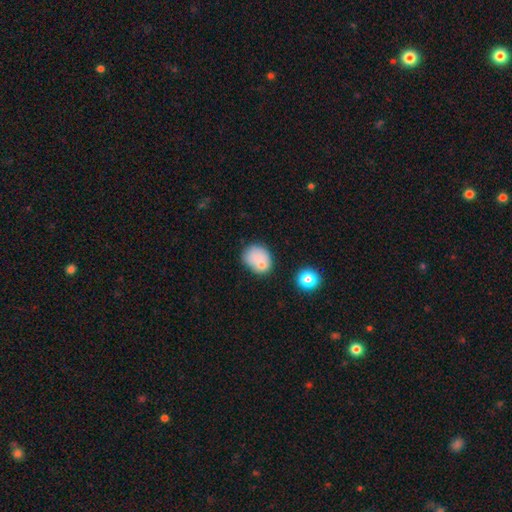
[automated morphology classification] smooth 77%, featured or disk 14%, star or artifact 10%. Down the decision tree: how rounded — round (58%); merging — none (49%).